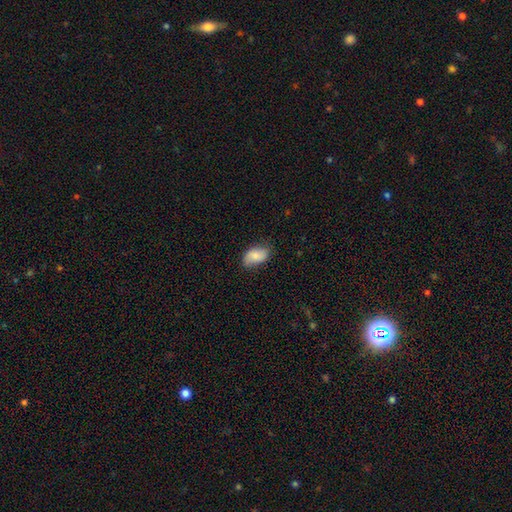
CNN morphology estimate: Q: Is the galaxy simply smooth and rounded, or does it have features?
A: smooth — 77%.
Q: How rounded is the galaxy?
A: in between — 93%.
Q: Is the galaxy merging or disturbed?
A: none — 71%.